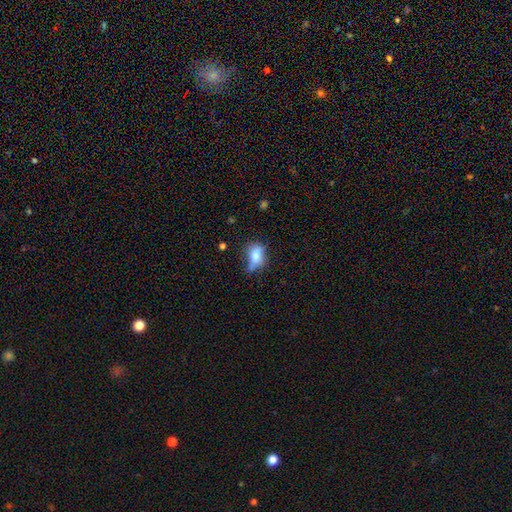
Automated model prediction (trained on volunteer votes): This appears to be a smooth galaxy with no disk features (70%) that is in between round and cigar-shaped (75%). Merging: none (40%).